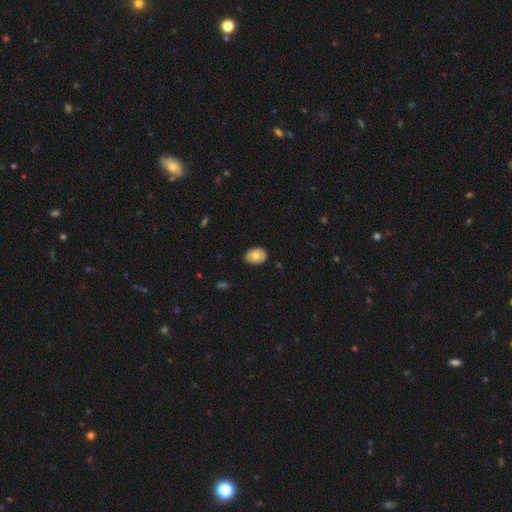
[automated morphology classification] smooth-or-featured: smooth: 68% | featured or disk: 26% | star or artifact: 7%
  how-rounded: in between: 78% | round: 21% | cigar-shaped: 1%
  merging: none: 86% | minor disturbance: 11% | major disturbance: 2% | merger: 1%